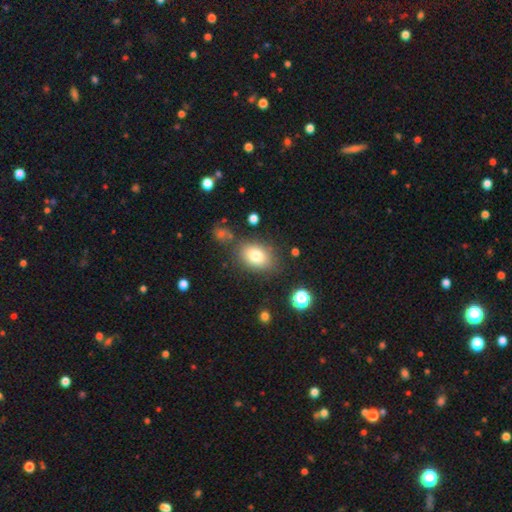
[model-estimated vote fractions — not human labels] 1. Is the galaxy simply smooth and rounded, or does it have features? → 79% smooth, 10% featured or disk, 10% star or artifact.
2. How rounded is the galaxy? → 72% in between, 26% round, 1% cigar-shaped.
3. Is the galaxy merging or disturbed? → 77% none, 14% minor disturbance, 5% major disturbance, 5% merger.